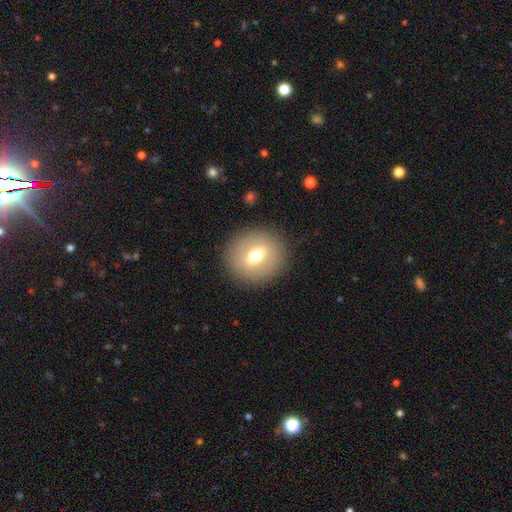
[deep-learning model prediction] The model was most divided on "smooth or featured": smooth: 58%, featured or disk: 33%, star or artifact: 9%. More confident: merging — none (88%); how rounded — round (81%).